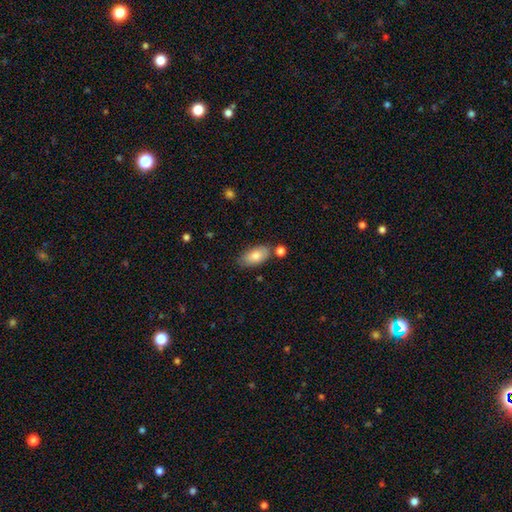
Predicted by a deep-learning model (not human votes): The model was most divided on "merging": none: 73%, minor disturbance: 15%, merger: 8%, major disturbance: 3%. More confident: how rounded — in between (93%); smooth or featured — smooth (81%).